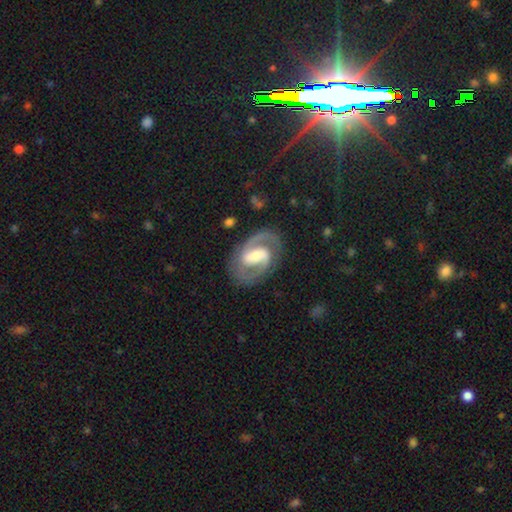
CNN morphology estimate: Smooth or featured? Predicted: featured or disk (p=0.90). Edge-on disk? Predicted: no (p=0.98). Bar? Predicted: strong (p=0.47). Spiral arms? Predicted: yes (p=0.97). Spiral winding? Predicted: medium (p=0.57). Spiral arm count? Predicted: 2 (p=0.92). Bulge size? Predicted: moderate (p=0.49). Merging? Predicted: none (p=0.82).